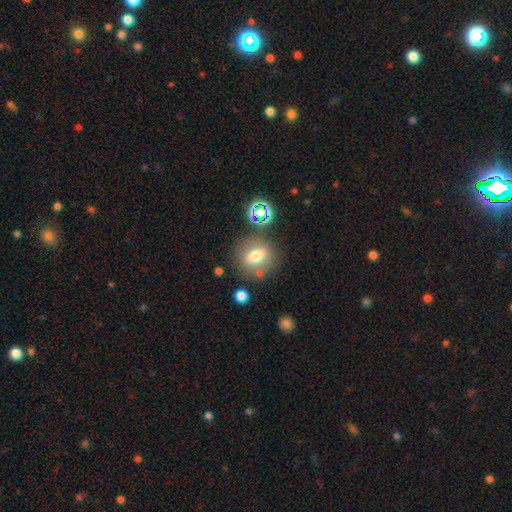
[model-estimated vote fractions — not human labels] This appears to be a smooth galaxy with no disk features (61%) that is round (64%). Merging: none (76%).